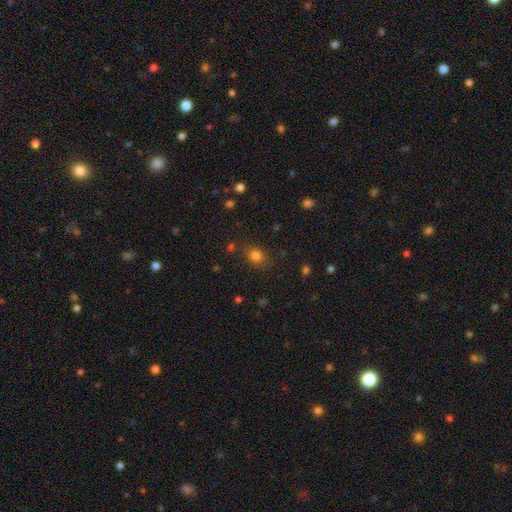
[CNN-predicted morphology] type=smooth (79%); roundness=round (59%); merging=none (81%).